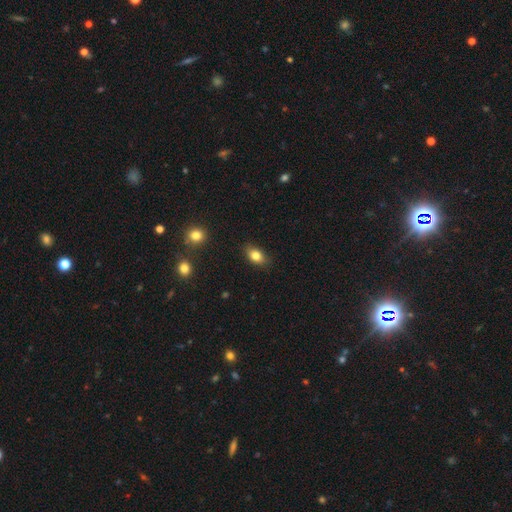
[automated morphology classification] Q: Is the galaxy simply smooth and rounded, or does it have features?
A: smooth — 81%.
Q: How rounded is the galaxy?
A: in between — 82%.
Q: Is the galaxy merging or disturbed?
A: none — 84%.